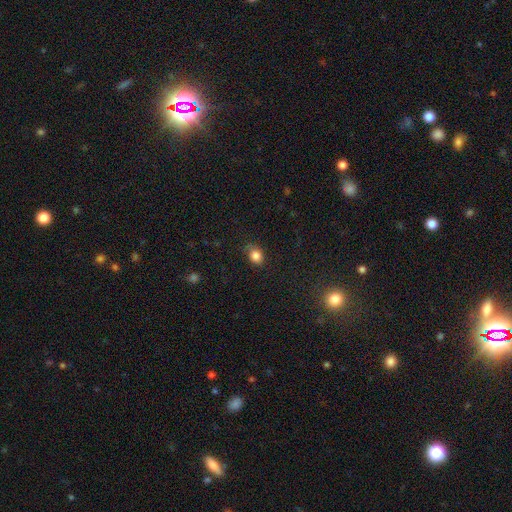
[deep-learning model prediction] smooth 83%, star or artifact 10%, featured or disk 7%. Down the decision tree: how rounded — round (50%); merging — none (66%).